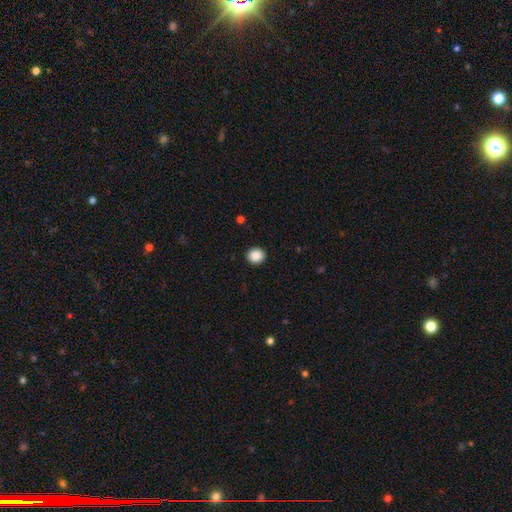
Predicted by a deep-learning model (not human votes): smooth_or_featured: smooth (p=0.89) [alt: star or artifact p=0.09]
how_rounded: round (p=0.90) [alt: in between p=0.09]
merging: none (p=0.93) [alt: minor disturbance p=0.05]